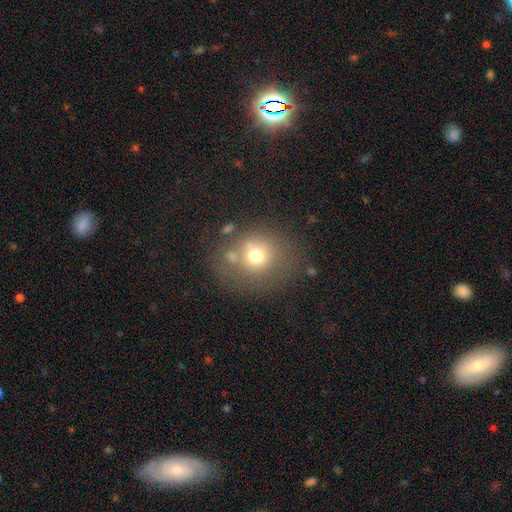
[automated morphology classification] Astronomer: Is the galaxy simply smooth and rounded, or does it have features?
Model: smooth — 68%.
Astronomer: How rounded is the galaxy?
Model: round — 80%.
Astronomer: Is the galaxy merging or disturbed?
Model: none — 65%.